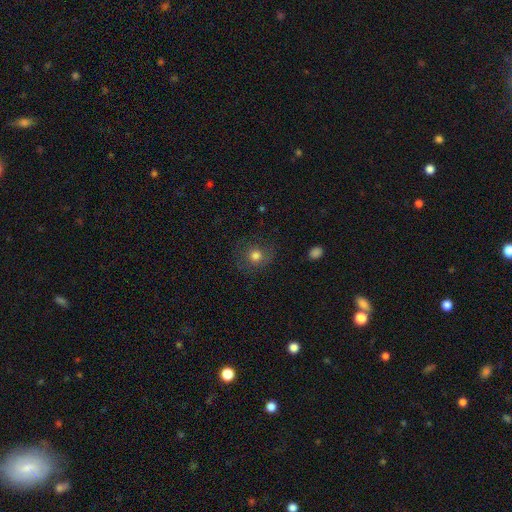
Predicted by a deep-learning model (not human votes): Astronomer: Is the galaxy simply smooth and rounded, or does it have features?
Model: smooth — 73%.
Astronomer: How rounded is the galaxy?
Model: round — 87%.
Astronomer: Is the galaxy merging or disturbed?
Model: none — 76%.